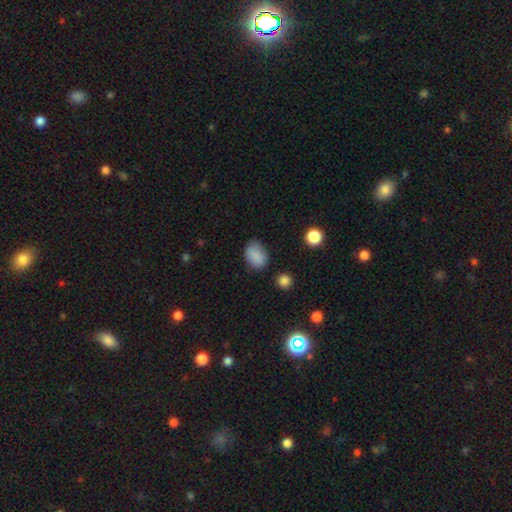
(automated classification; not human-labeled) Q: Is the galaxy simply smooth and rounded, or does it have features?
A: smooth — 85%.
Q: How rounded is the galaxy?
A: in between — 76%.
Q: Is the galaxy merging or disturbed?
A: none — 70%.